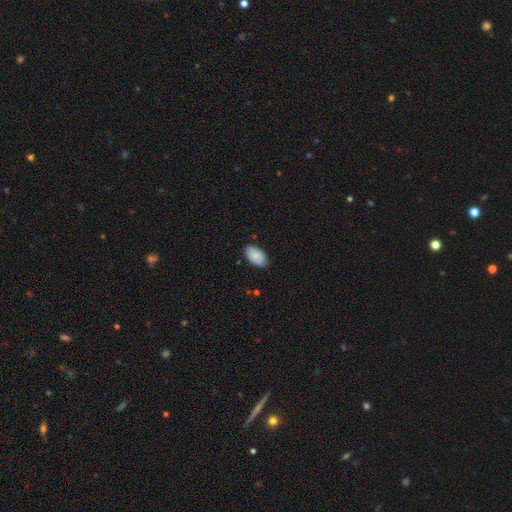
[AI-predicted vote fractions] Q: Smooth or featured?
A: smooth (86%); runner-up: featured or disk (7%)
Q: How rounded?
A: in between (95%); runner-up: round (4%)
Q: Merging?
A: none (84%); runner-up: minor disturbance (13%)